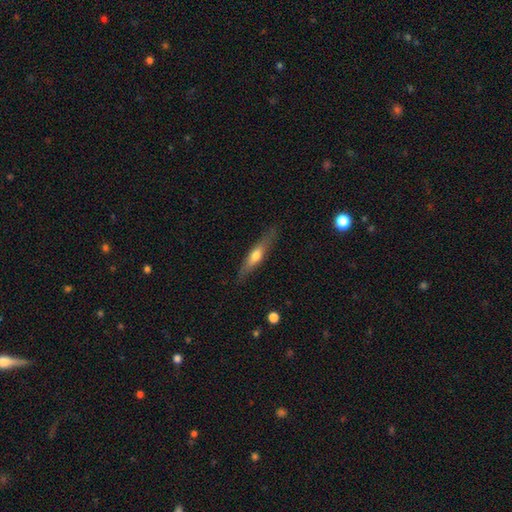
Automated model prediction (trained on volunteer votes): featured or disk 47% (tied), smooth 47% (tied), star or artifact 6%. Down the decision tree: merging — none (84%).